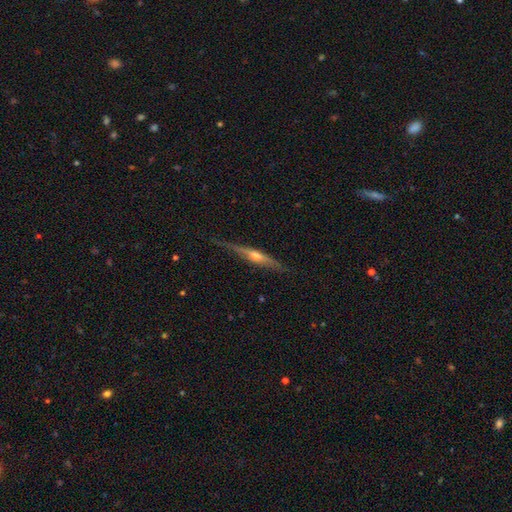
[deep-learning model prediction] A featured or disk galaxy (72%) viewed edge-on (96%) with a rounded central bulge (77%). Merging: none (78%).